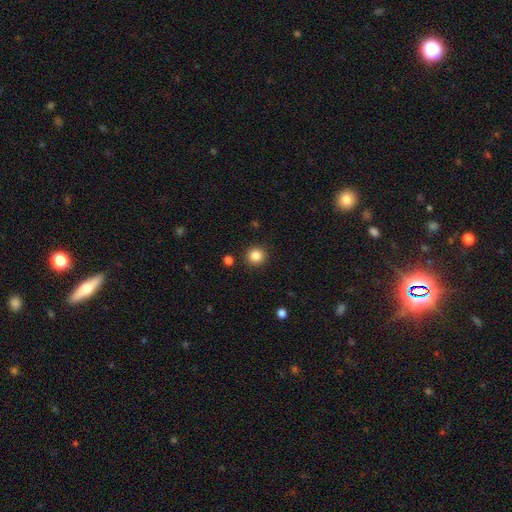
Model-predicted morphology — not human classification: Smooth or featured? Predicted: smooth (p=0.85). How rounded? Predicted: round (p=0.94). Merging? Predicted: none (p=0.91).